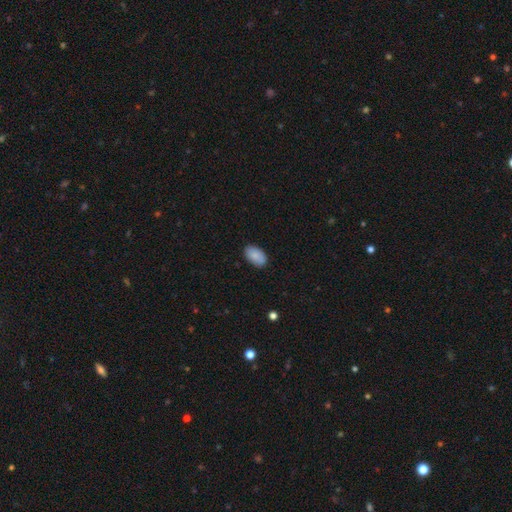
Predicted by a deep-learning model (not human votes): Smooth or featured? smooth (87%)
How rounded? in between (93%)
Merging? none (85%)